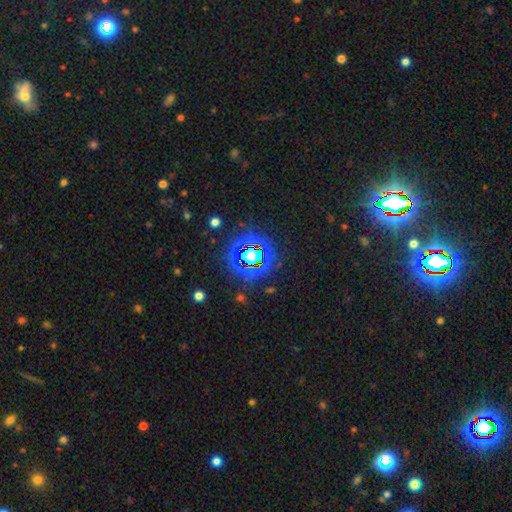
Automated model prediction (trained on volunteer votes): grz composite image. It shows a star or artifact, not a galaxy (71%).